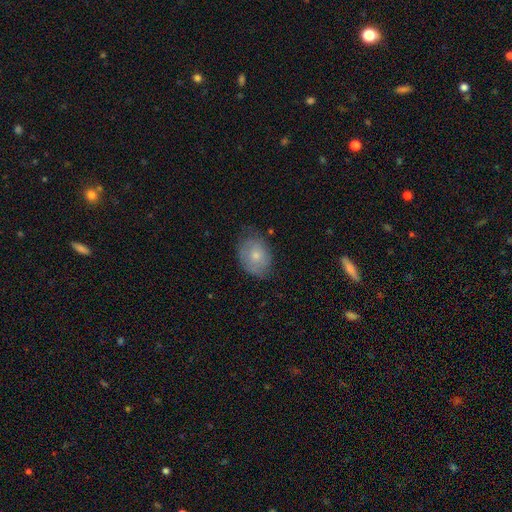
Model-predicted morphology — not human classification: type=smooth (68%); roundness=in between (71%); merging=none (62%).